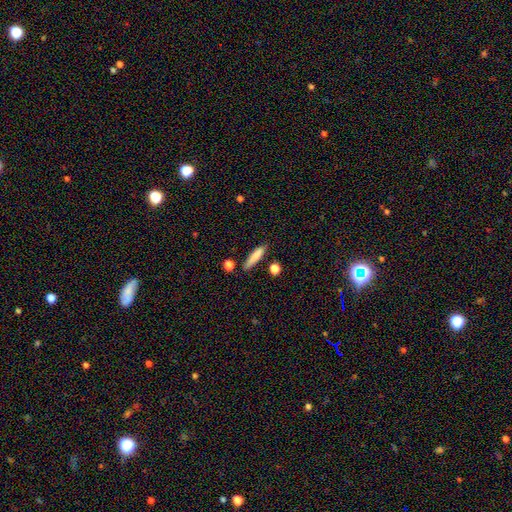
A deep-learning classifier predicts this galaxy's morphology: type=smooth (80%); roundness=cigar-shaped (85%); merging=none (82%).